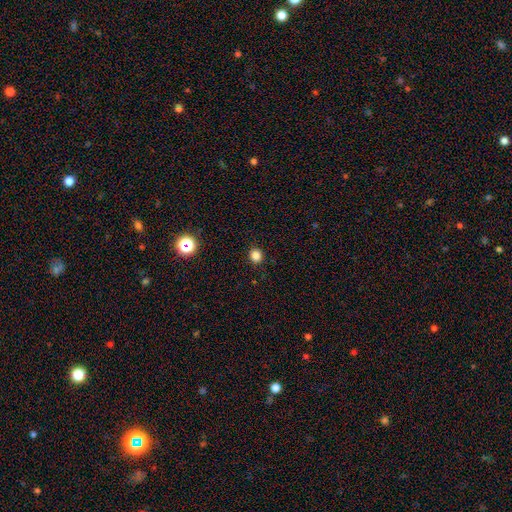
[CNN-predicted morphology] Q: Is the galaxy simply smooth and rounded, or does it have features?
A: smooth — 83%.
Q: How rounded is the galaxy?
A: round — 83%.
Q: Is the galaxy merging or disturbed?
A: none — 91%.